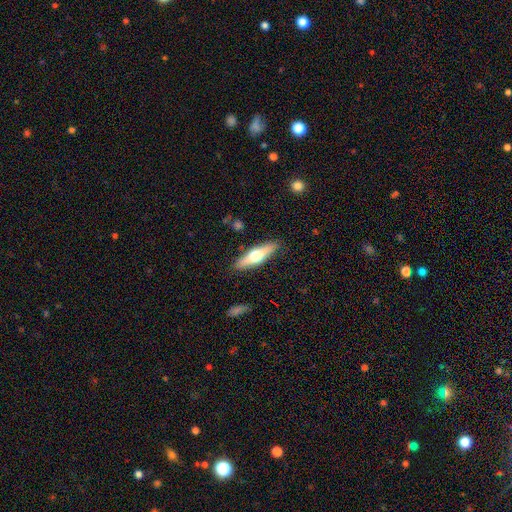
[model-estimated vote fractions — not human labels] Smooth or featured? Predicted: featured or disk (p=0.50). Edge-on disk? Predicted: yes (p=0.92). Merging? Predicted: none (p=0.88).